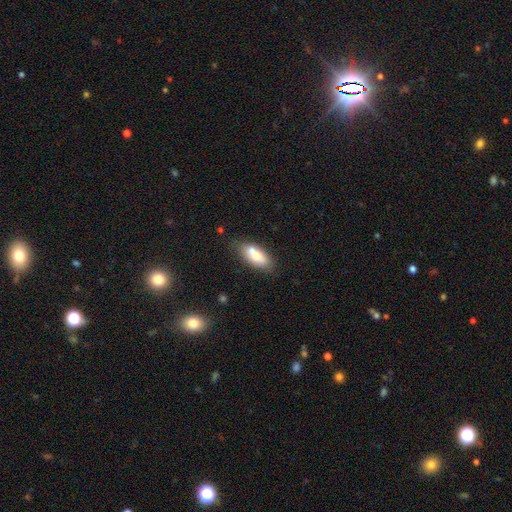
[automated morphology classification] Smooth or featured? Predicted: smooth (p=0.71). How rounded? Predicted: in between (p=0.82). Merging? Predicted: none (p=0.63).